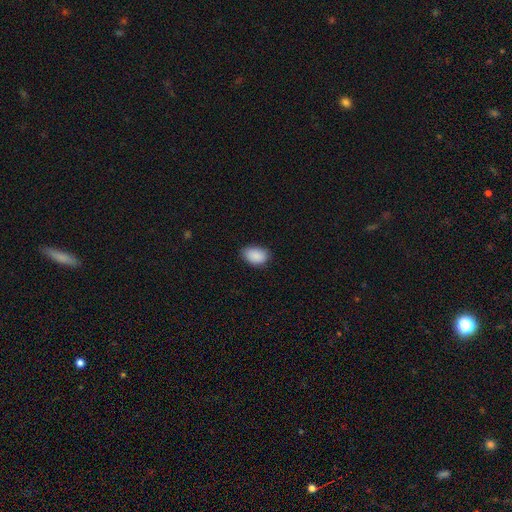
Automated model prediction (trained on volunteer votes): A smooth galaxy with no disk features (89%) that is in between round and cigar-shaped (88%).

Vote fractions:
- Smooth or featured? smooth: 89% / star or artifact: 7% / featured or disk: 4%
- How rounded? in between: 88% / round: 11% / cigar-shaped: 1%
- Merging? none: 79% / minor disturbance: 18% / major disturbance: 3% / merger: 1%